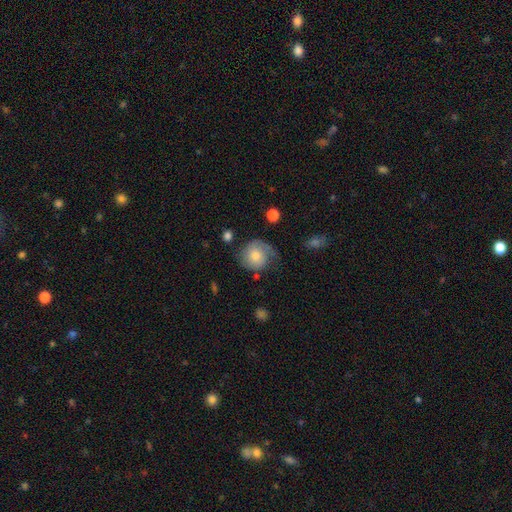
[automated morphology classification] The model was most divided on "smooth or featured": smooth: 49%, featured or disk: 43%, star or artifact: 7%. More confident: merging — none (53%).